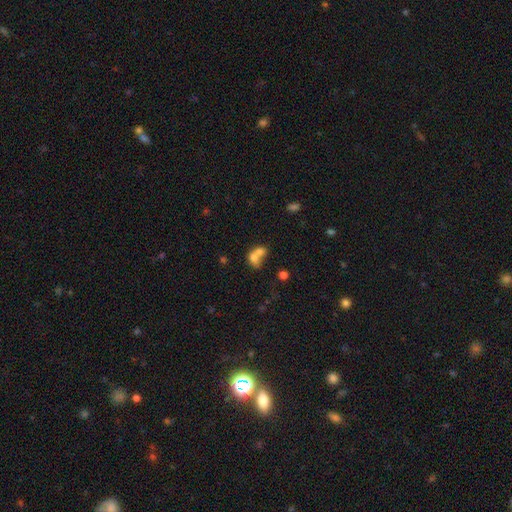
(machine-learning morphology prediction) This appears to be a smooth galaxy with no disk features (70%) that is in between round and cigar-shaped (54%). Merging: merger (70%).